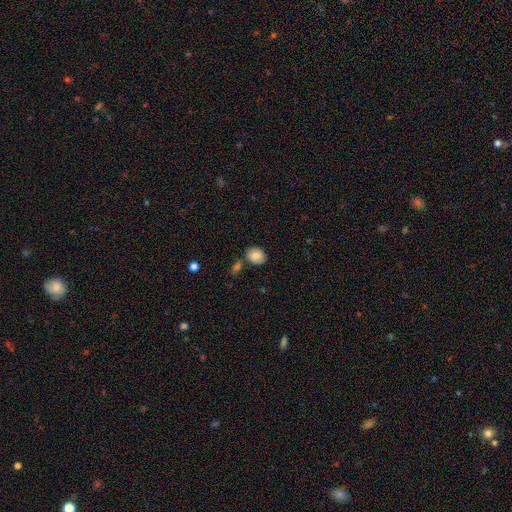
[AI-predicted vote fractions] smooth-or-featured: smooth: 84% | featured or disk: 9% | star or artifact: 8%
  how-rounded: round: 50% | in between: 49% | cigar-shaped: 1%
  merging: none: 69% | minor disturbance: 15% | merger: 13% | major disturbance: 4%